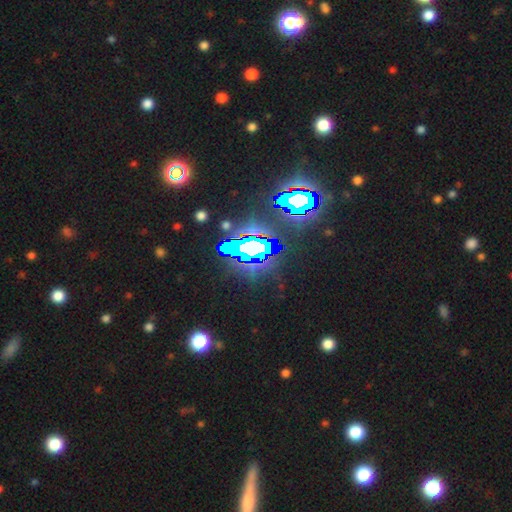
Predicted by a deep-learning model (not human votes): Q: Smooth or featured?
A: star or artifact (71%); runner-up: featured or disk (16%)